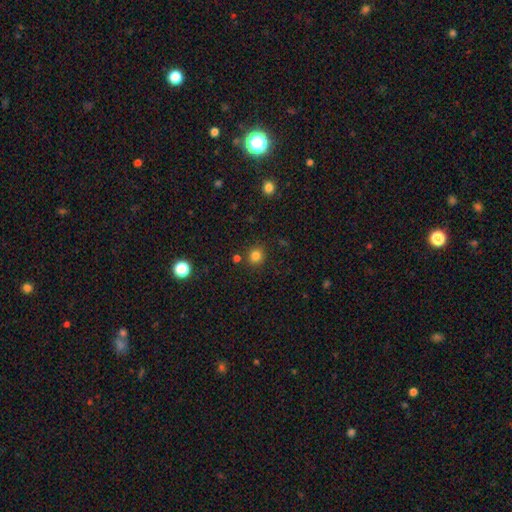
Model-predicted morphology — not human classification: Smooth or featured? smooth (82%)
How rounded? round (90%)
Merging? none (86%)